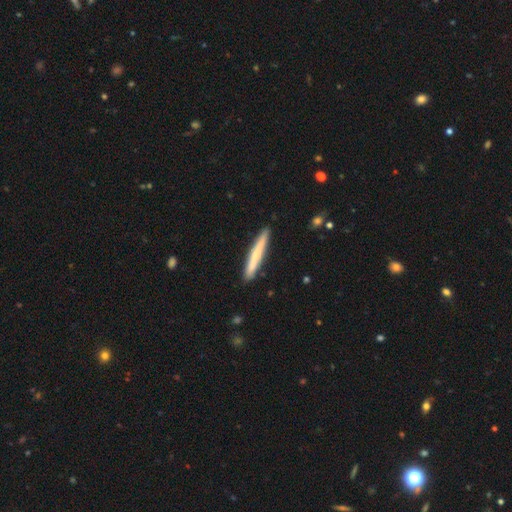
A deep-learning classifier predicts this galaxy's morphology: Q: Smooth or featured?
A: smooth (67%); runner-up: featured or disk (27%)
Q: How rounded?
A: cigar-shaped (96%); runner-up: in between (3%)
Q: Merging?
A: none (90%); runner-up: minor disturbance (7%)